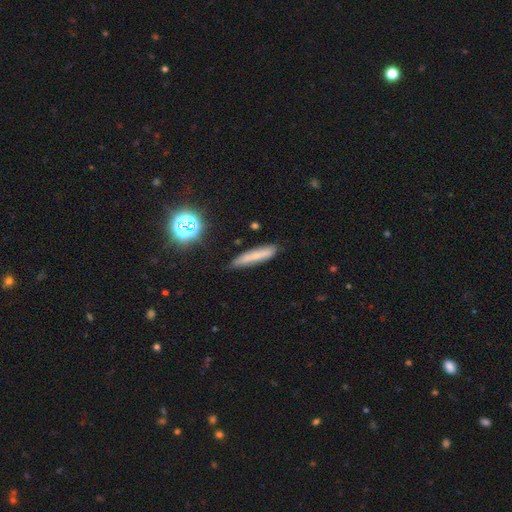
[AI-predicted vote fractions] Smooth or featured? Predicted: smooth (p=0.60). How rounded? Predicted: cigar-shaped (p=0.86). Merging? Predicted: none (p=0.77).